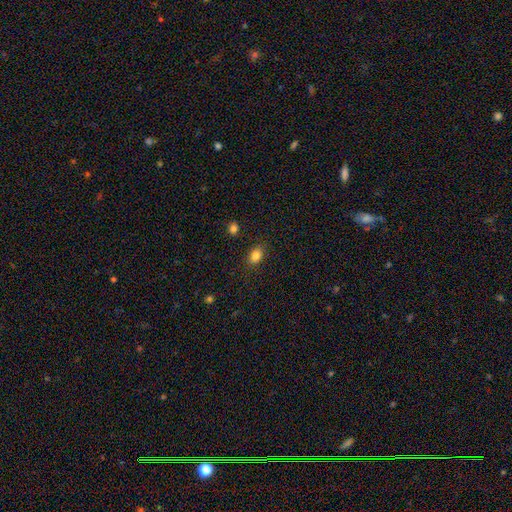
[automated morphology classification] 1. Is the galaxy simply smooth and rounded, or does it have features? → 85% smooth, 10% star or artifact, 5% featured or disk.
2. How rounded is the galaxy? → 79% in between, 20% round, 1% cigar-shaped.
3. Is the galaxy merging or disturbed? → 85% none, 10% minor disturbance, 3% major disturbance, 2% merger.